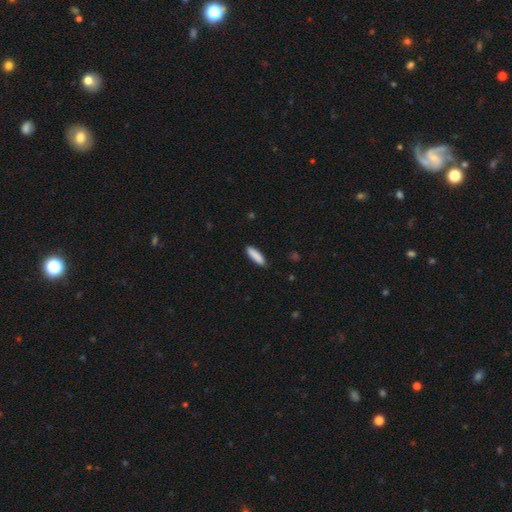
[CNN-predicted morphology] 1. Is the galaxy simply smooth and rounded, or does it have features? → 89% smooth, 6% star or artifact, 5% featured or disk.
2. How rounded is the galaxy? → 67% cigar-shaped, 32% in between, 1% round.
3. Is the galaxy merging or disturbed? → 87% none, 10% minor disturbance, 2% major disturbance, 1% merger.